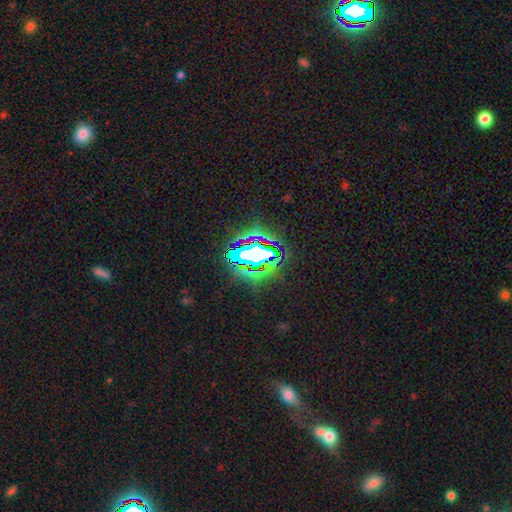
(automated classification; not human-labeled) smooth-or-featured: star or artifact: 70% | smooth: 16% | featured or disk: 14%